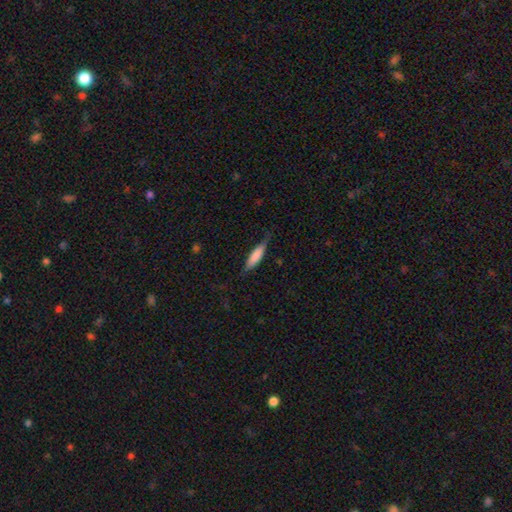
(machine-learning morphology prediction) smooth_or_featured: smooth (p=0.72) [alt: featured or disk p=0.22]
how_rounded: cigar-shaped (p=0.67) [alt: in between p=0.31]
merging: none (p=0.68) [alt: minor disturbance p=0.24]